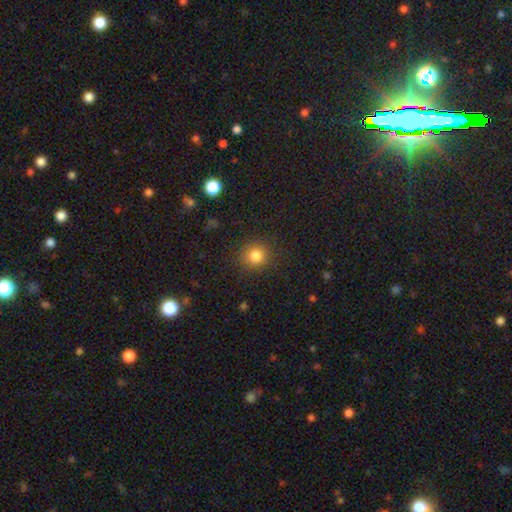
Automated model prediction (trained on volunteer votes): Smooth or featured: smooth — 83% (star or artifact — 12%)
How rounded: round — 89% (in between — 10%)
Merging: none — 89% (minor disturbance — 7%)